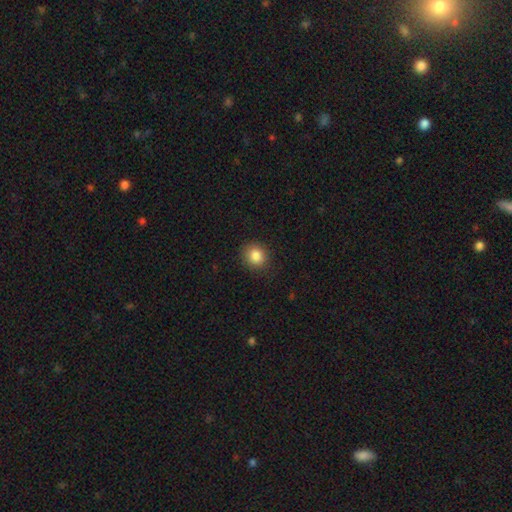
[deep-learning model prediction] Overall: smooth (85%). How rounded: round (80%). Merging: none (88%).